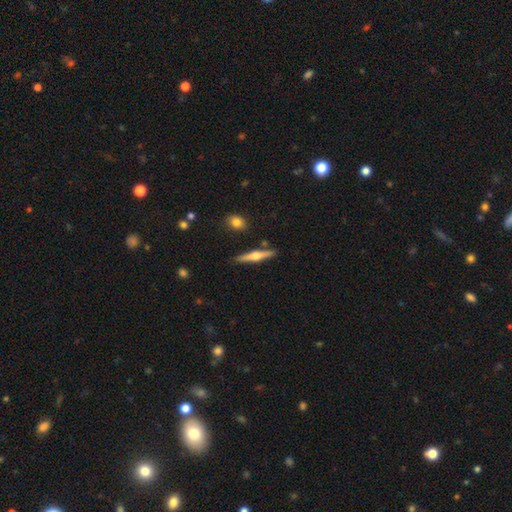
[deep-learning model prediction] A featured or disk galaxy (63%) viewed edge-on (97%) with a rounded central bulge (91%).

Vote fractions:
- Smooth or featured? featured or disk: 63% / smooth: 31% / star or artifact: 6%
- Edge-on disk? yes: 97% / no: 3%
- Edge-on bulge? rounded: 91% / boxy: 5% / none: 4%
- Merging? none: 86% / minor disturbance: 9% / merger: 3% / major disturbance: 2%